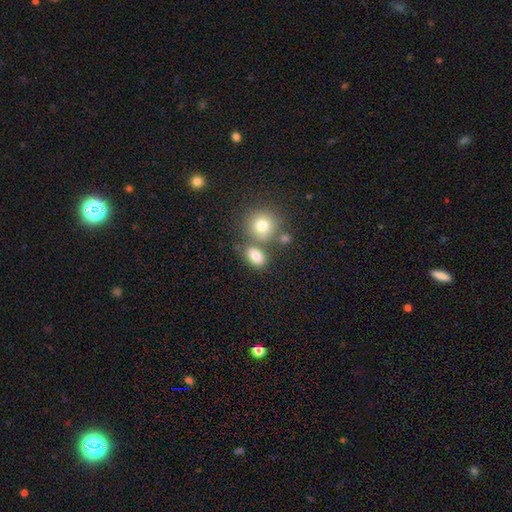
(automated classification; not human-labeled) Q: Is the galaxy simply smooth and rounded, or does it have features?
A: smooth — 79%.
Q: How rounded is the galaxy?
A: in between — 72%.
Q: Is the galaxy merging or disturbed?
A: none — 61%.